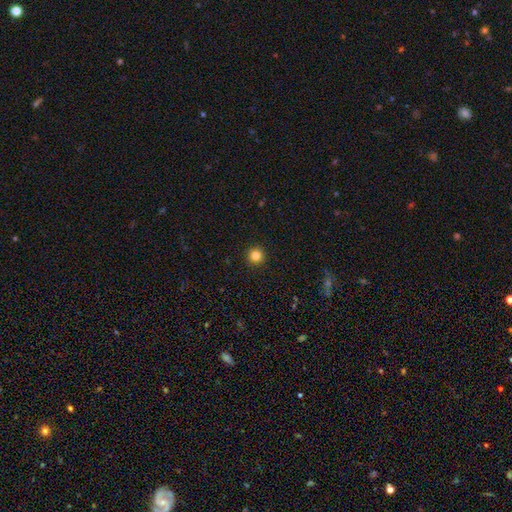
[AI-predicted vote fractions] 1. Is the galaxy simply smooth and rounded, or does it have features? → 83% smooth, 12% star or artifact, 4% featured or disk.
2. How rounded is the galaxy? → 96% round, 3% in between, 1% cigar-shaped.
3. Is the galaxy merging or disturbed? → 94% none, 4% minor disturbance, 1% major disturbance, 1% merger.